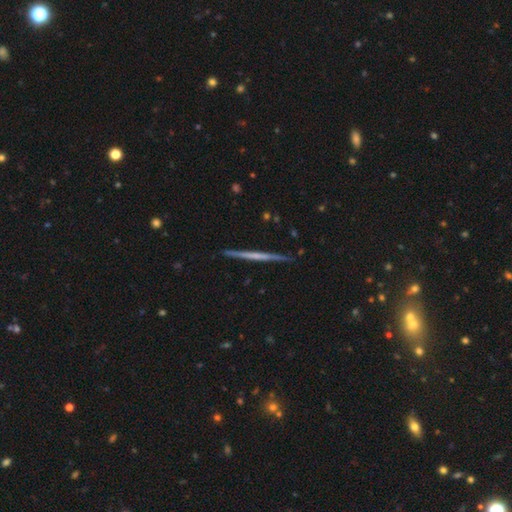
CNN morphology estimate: A featured or disk galaxy (65%) viewed edge-on (98%) with no central bulge (80%).

Vote fractions:
- Smooth or featured? featured or disk: 65% / smooth: 30% / star or artifact: 5%
- Edge-on disk? yes: 98% / no: 2%
- Edge-on bulge? none: 80% / rounded: 14% / boxy: 6%
- Merging? none: 90% / minor disturbance: 7% / major disturbance: 1% / merger: 1%